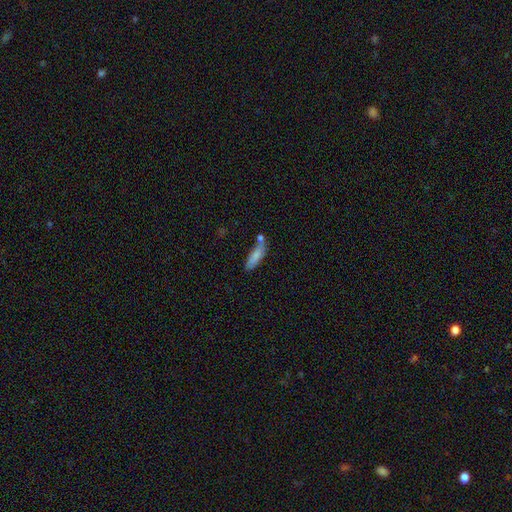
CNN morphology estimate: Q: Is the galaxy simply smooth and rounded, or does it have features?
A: smooth — 77%.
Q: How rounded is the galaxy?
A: cigar-shaped — 53%.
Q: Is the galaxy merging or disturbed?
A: none — 51%.